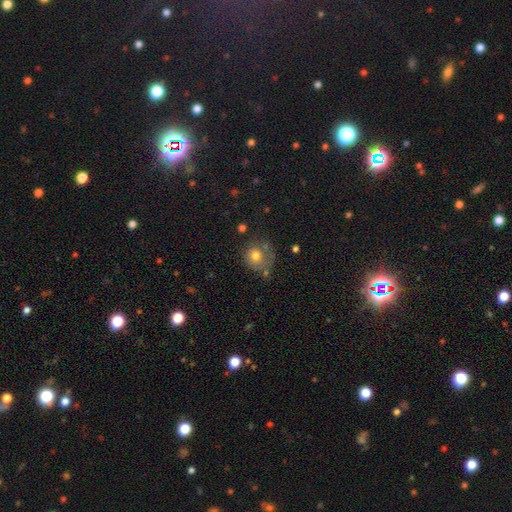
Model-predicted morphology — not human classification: smooth_or_featured: smooth (p=0.69) [alt: featured or disk p=0.22]
how_rounded: round (p=0.77) [alt: in between p=0.22]
merging: none (p=0.45) [alt: minor disturbance p=0.23]